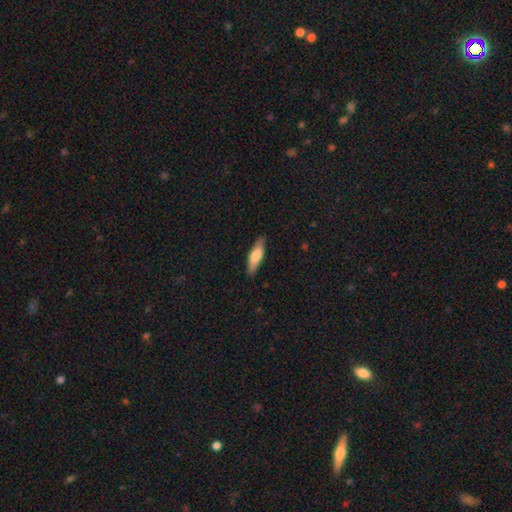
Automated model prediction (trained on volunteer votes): The model was most divided on "how rounded": cigar-shaped: 56%, in between: 42%, round: 2%. More confident: merging — none (86%); smooth or featured — smooth (70%).